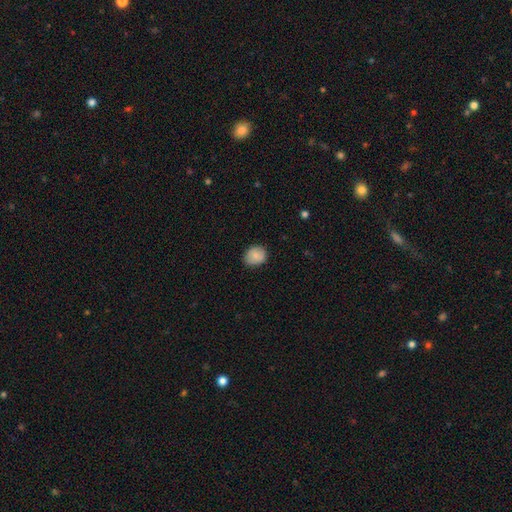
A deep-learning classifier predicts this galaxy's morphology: smooth_or_featured: smooth (p=0.82) [alt: featured or disk p=0.10]
how_rounded: round (p=0.64) [alt: in between p=0.35]
merging: none (p=0.81) [alt: minor disturbance p=0.16]